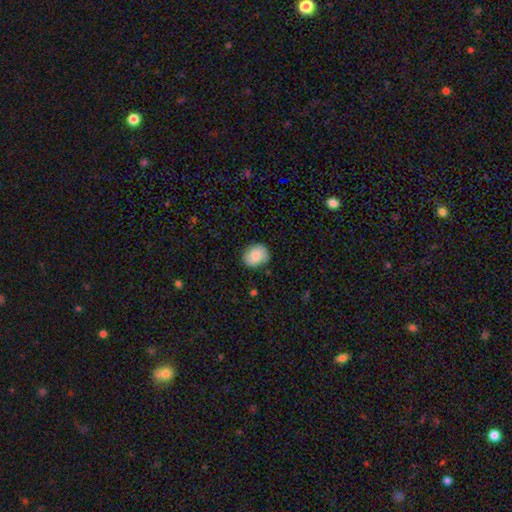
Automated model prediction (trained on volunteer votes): smooth-or-featured: smooth: 83% | featured or disk: 9% | star or artifact: 8%
  how-rounded: round: 61% | in between: 39% | cigar-shaped: 1%
  merging: none: 82% | minor disturbance: 14% | major disturbance: 3% | merger: 1%